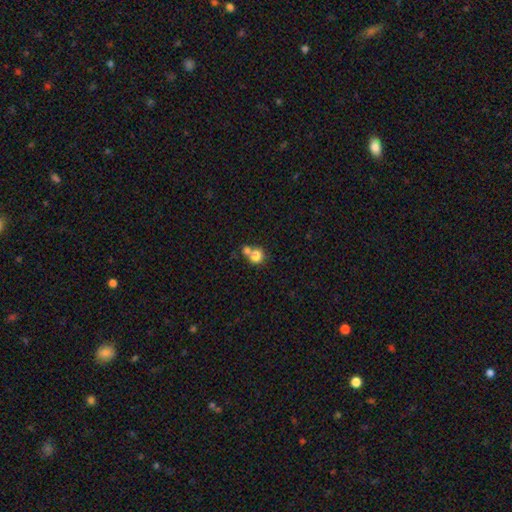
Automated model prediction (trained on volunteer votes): smooth_or_featured: smooth (p=0.80) [alt: featured or disk p=0.11]
how_rounded: round (p=0.83) [alt: in between p=0.17]
merging: merger (p=0.50) [alt: none p=0.40]